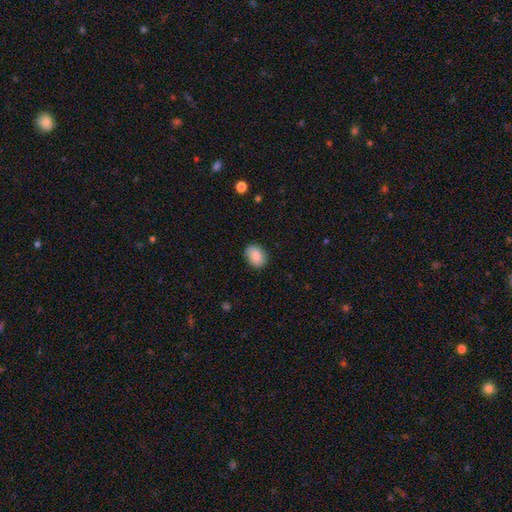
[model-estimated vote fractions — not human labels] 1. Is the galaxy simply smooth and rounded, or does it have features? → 86% smooth, 7% star or artifact, 7% featured or disk.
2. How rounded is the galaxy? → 66% in between, 33% round, 1% cigar-shaped.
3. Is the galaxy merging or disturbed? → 84% none, 12% minor disturbance, 3% major disturbance, 1% merger.